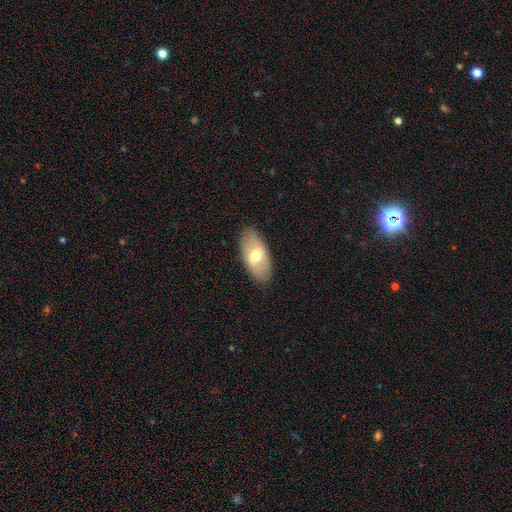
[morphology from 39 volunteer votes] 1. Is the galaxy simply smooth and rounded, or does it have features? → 49% smooth, 46% featured or disk, 5% star or artifact.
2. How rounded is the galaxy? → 84% in between, 11% round, 5% cigar-shaped.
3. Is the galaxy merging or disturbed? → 95% none, 3% minor disturbance, 3% major disturbance, 0% merger.